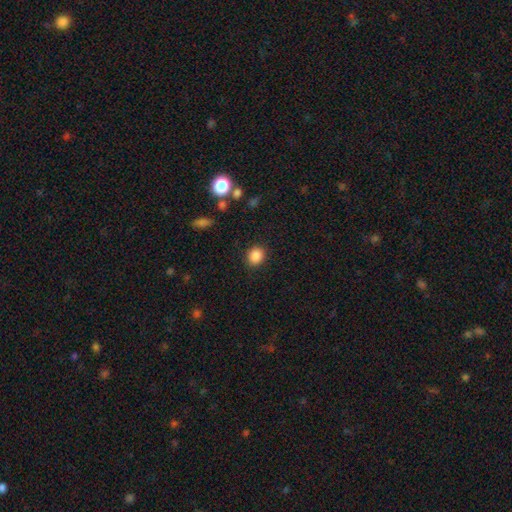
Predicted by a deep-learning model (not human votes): Overall: smooth (87%). How rounded: round (70%). Merging: none (88%).